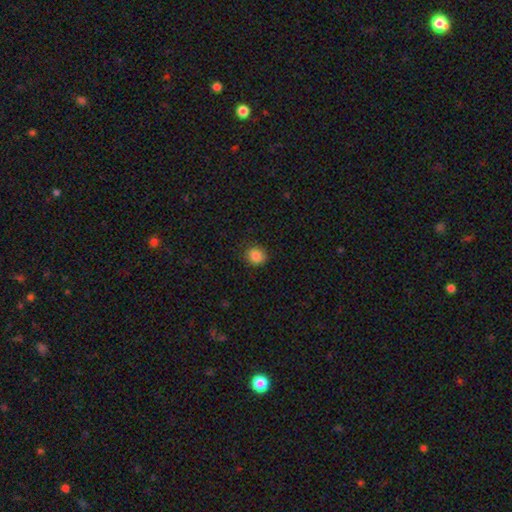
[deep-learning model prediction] A smooth galaxy with no disk features (85%) that is round (78%).

Vote fractions:
- Smooth or featured? smooth: 85% / star or artifact: 10% / featured or disk: 5%
- How rounded? round: 78% / in between: 21% / cigar-shaped: 1%
- Merging? none: 85% / minor disturbance: 11% / major disturbance: 3% / merger: 1%